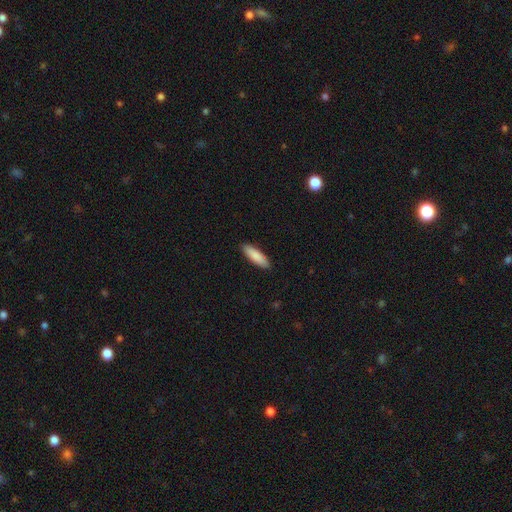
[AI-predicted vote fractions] smooth 86%, featured or disk 8%, star or artifact 5%. Down the decision tree: how rounded — cigar-shaped (58%); merging — none (90%).